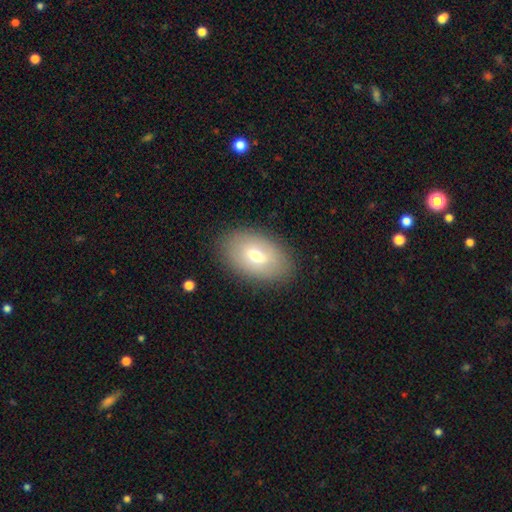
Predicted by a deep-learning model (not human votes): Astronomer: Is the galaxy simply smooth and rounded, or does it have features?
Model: smooth — 61%.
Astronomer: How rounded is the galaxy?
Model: in between — 88%.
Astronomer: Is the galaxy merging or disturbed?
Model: none — 85%.